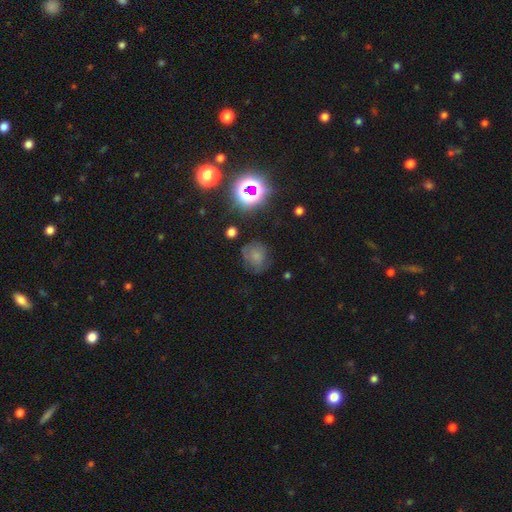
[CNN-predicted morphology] A smooth galaxy with no disk features (60%) that is round (73%). Merging: none (61%).